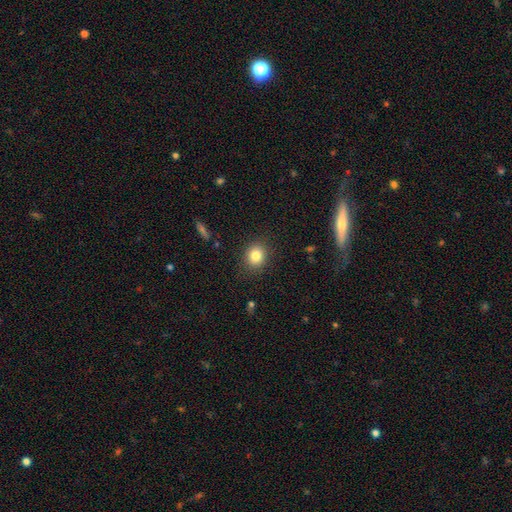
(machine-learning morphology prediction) The model was most divided on "how rounded": round: 65%, in between: 34%, cigar-shaped: 1%. More confident: merging — none (87%); smooth or featured — smooth (83%).